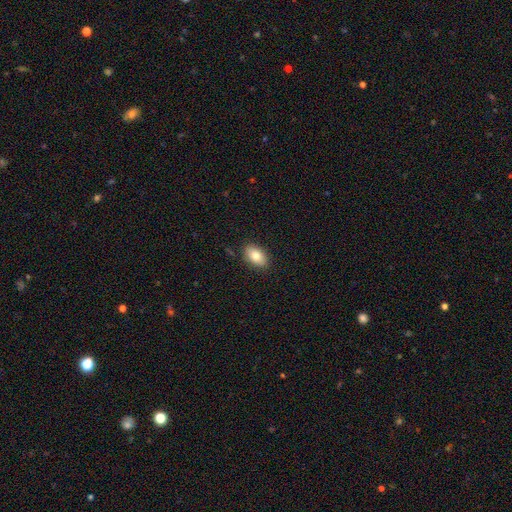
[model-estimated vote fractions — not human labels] A smooth galaxy with no disk features (82%) that is in between round and cigar-shaped (90%).

Vote fractions:
- Smooth or featured? smooth: 82% / featured or disk: 10% / star or artifact: 7%
- How rounded? in between: 90% / round: 8% / cigar-shaped: 2%
- Merging? none: 88% / minor disturbance: 9% / major disturbance: 2% / merger: 1%